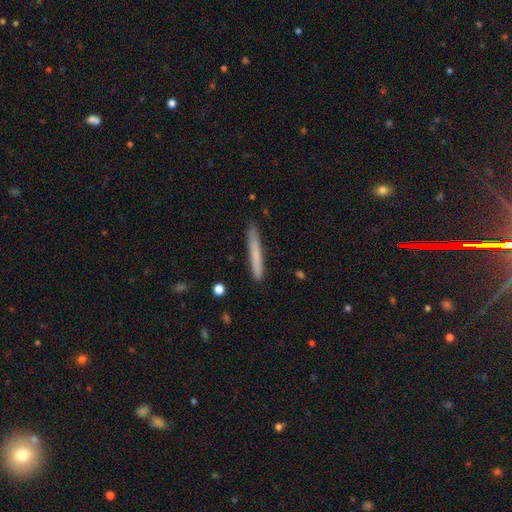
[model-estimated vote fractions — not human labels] This appears to be a smooth galaxy with no disk features (71%) that is cigar-shaped (97%). Merging: none (88%).